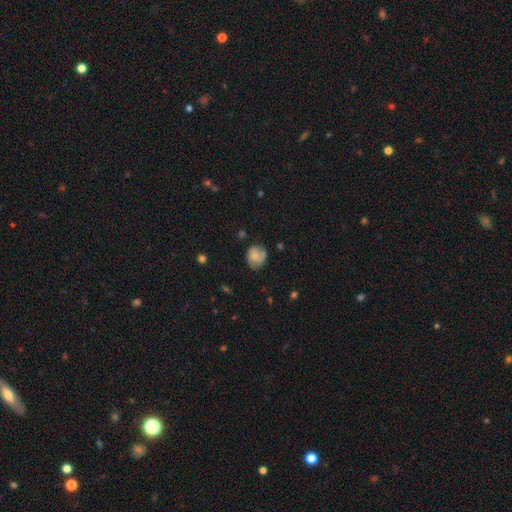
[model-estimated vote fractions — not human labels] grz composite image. It shows a smooth galaxy with no disk features (57%) that is round (66%). Merging: none (61%).